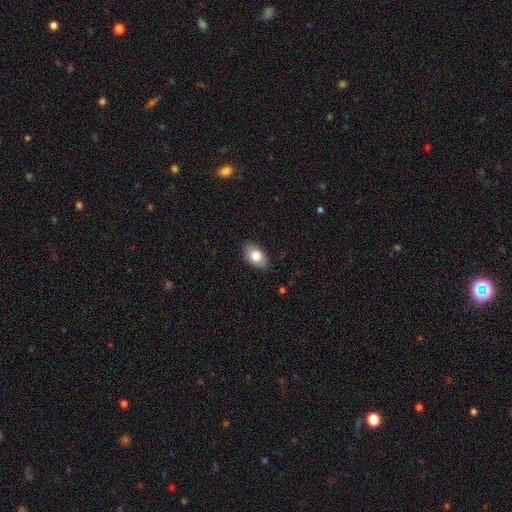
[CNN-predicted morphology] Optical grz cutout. It shows a smooth galaxy with no disk features (79%) that is in between round and cigar-shaped (91%). Merging: none (85%).